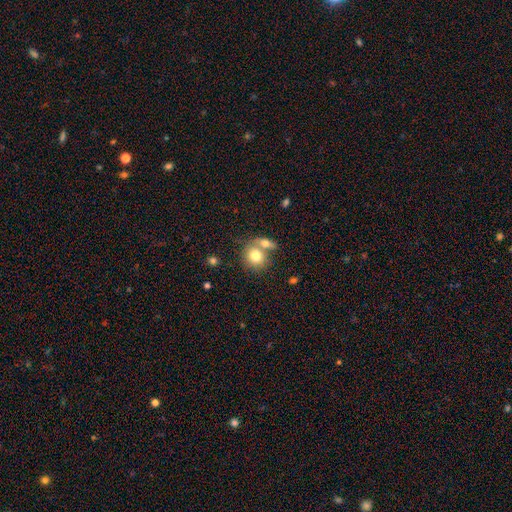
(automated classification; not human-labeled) Smooth or featured?
  - smooth: 78% *
  - featured or disk: 14%
  - star or artifact: 8%
How rounded?
  - round: 74% *
  - in between: 25%
  - cigar-shaped: 1%
Merging?
  - merger: 48% *
  - none: 40%
  - minor disturbance: 9%
  - major disturbance: 4%